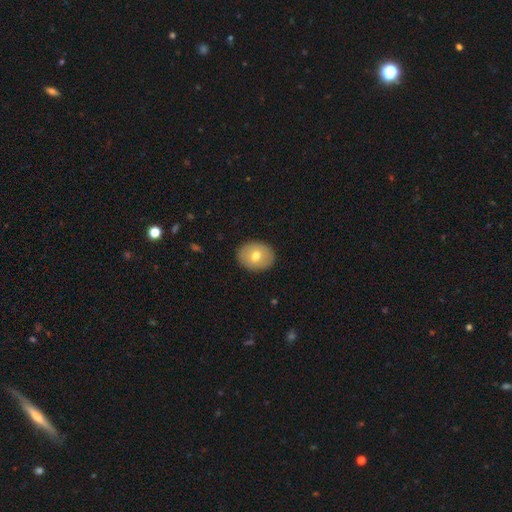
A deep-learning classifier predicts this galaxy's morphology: smooth 67%, featured or disk 25%, star or artifact 7%. Down the decision tree: how rounded — in between (54%); merging — none (89%).